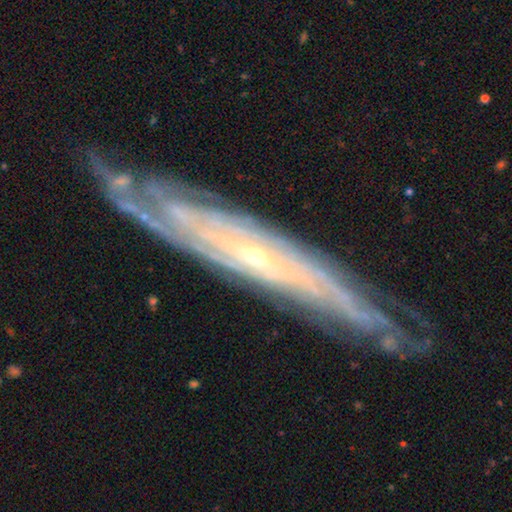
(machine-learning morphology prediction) smooth_or_featured: featured or disk (p=0.86) [alt: smooth p=0.08]
disk_edge_on: no (p=0.57) [alt: yes p=0.43]
merging: none (p=0.78) [alt: minor disturbance p=0.16]